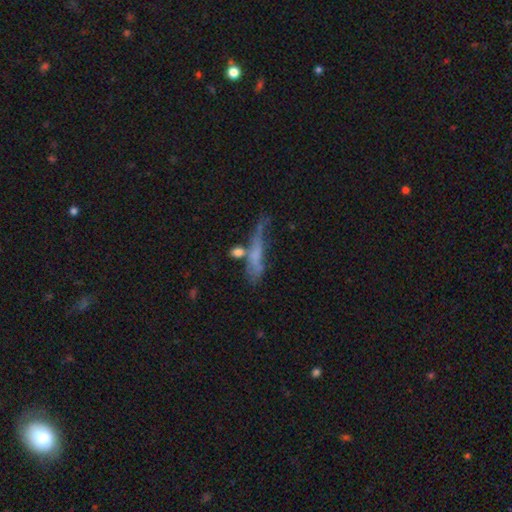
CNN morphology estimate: smooth-or-featured: smooth: 48% | featured or disk: 40% | star or artifact: 12%
  merging: none: 39% | minor disturbance: 24% | major disturbance: 20% | merger: 17%